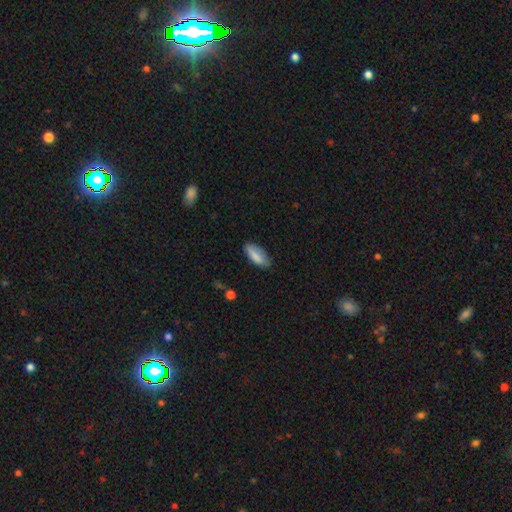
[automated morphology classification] Smooth or featured?
  - smooth: 82% *
  - featured or disk: 11%
  - star or artifact: 6%
How rounded?
  - in between: 78% *
  - cigar-shaped: 21%
  - round: 2%
Merging?
  - none: 70% *
  - minor disturbance: 24%
  - major disturbance: 4%
  - merger: 2%